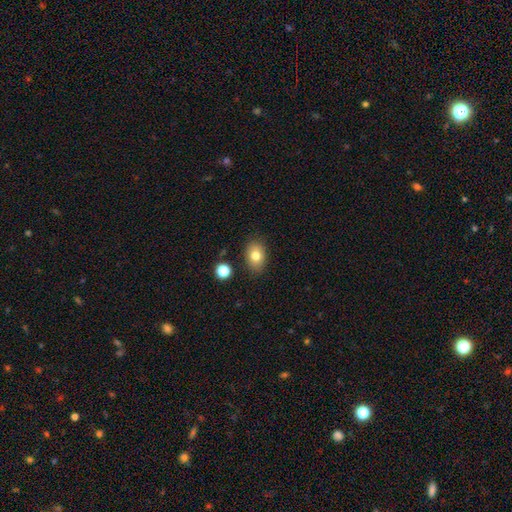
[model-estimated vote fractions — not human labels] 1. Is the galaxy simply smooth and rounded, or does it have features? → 79% smooth, 12% featured or disk, 9% star or artifact.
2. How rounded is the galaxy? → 76% in between, 23% round, 1% cigar-shaped.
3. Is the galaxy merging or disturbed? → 84% none, 11% minor disturbance, 3% major disturbance, 2% merger.